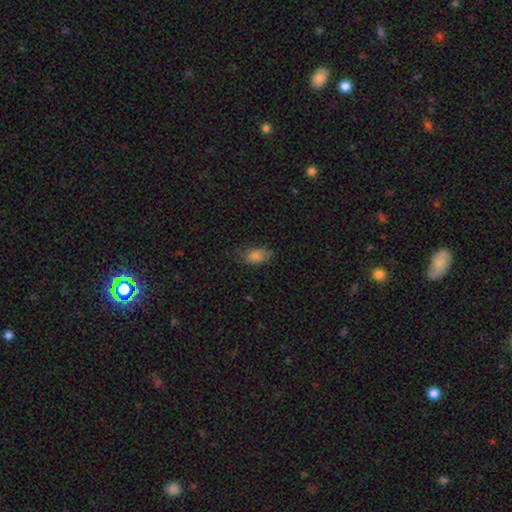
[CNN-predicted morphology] Smooth or featured? smooth (81%)
How rounded? in between (88%)
Merging? none (71%)